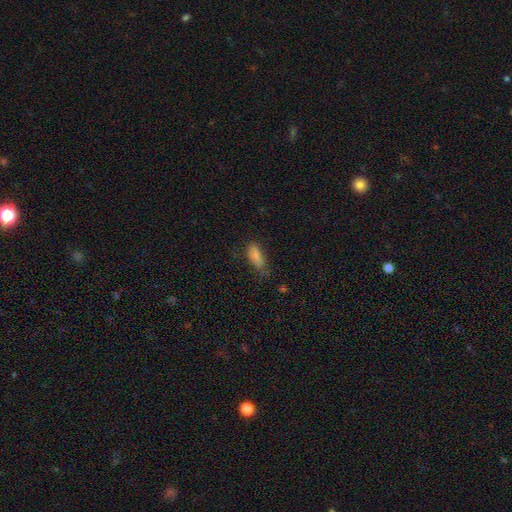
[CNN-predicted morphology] Overall: smooth (83%). How rounded: in between (73%). Merging: none (55%; minor disturbance 31%).